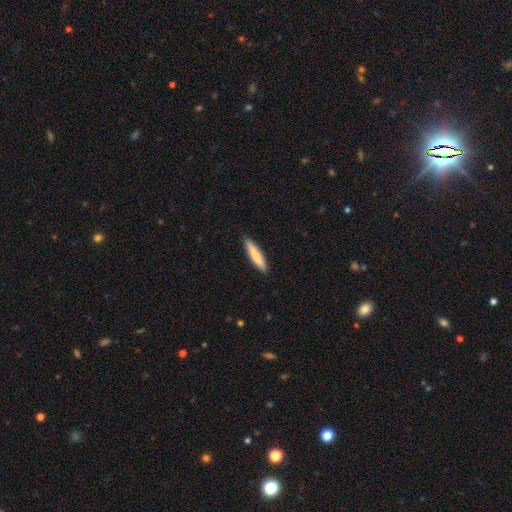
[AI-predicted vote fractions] smooth 82%, featured or disk 13%, star or artifact 5%. Down the decision tree: how rounded — cigar-shaped (88%); merging — none (90%).